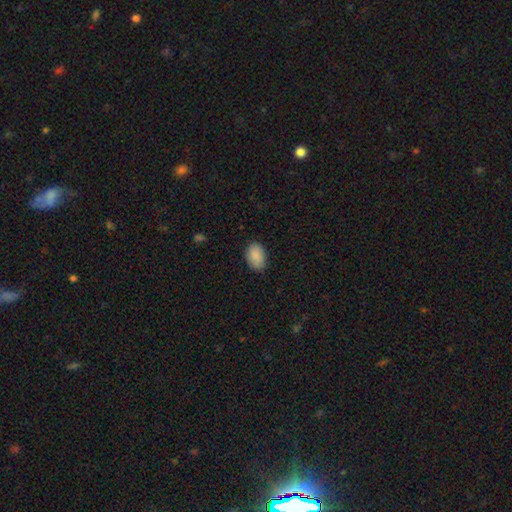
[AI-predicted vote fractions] Overall: smooth (90%). How rounded: in between (86%). Merging: none (86%).